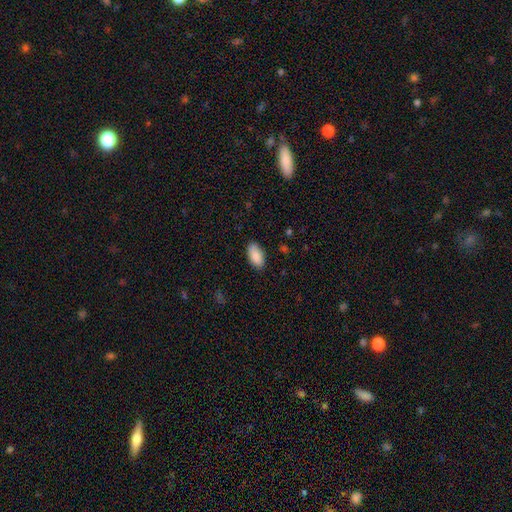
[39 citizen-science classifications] smooth-or-featured: smooth: 92% | star or artifact: 5% | featured or disk: 3%
  how-rounded: in between: 92% | cigar-shaped: 6% | round: 3%
  merging: none: 81% | minor disturbance: 16% | major disturbance: 3% | merger: 0%